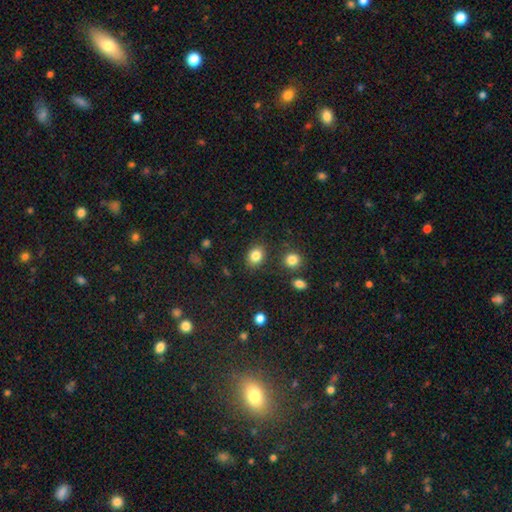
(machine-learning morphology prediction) type=smooth (83%); roundness=in between (52%); merging=none (82%).